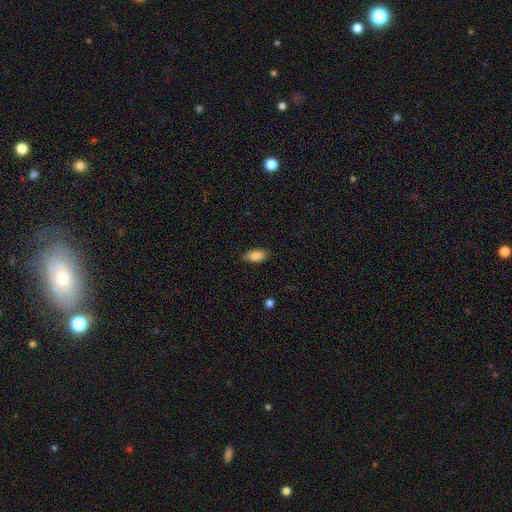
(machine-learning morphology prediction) This appears to be a smooth galaxy with no disk features (86%) that is in between round and cigar-shaped (88%). Merging: none (83%).